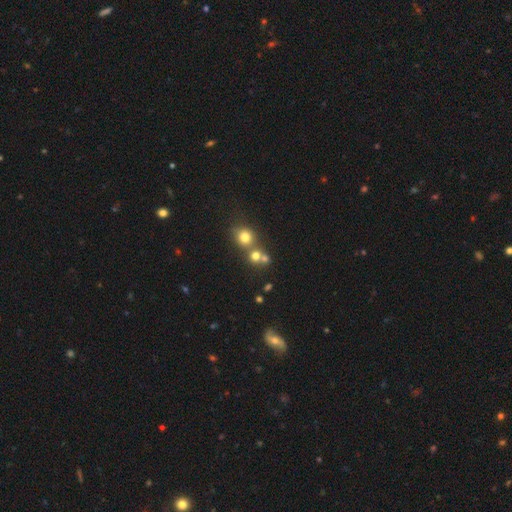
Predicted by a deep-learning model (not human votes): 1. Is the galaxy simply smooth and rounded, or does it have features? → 70% smooth, 18% star or artifact, 11% featured or disk.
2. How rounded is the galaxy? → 83% round, 16% in between, 1% cigar-shaped.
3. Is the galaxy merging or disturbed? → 47% none, 42% merger, 7% minor disturbance, 3% major disturbance.